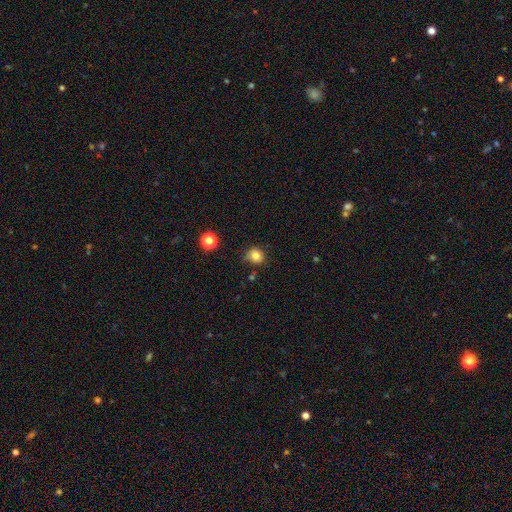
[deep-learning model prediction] Morphology: type=smooth (81%); roundness=round (83%); merging=none (73%).